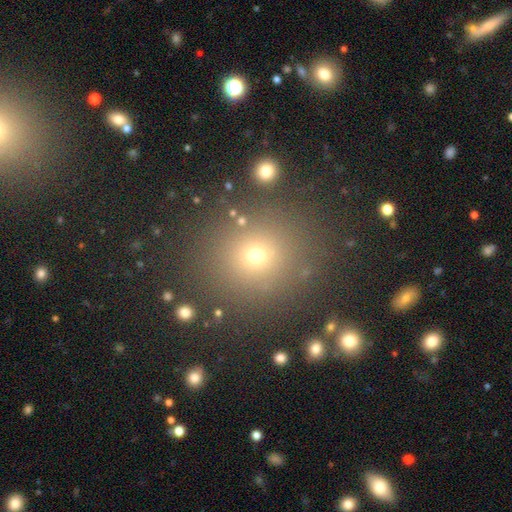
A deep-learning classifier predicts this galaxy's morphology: Smooth or featured?
  - smooth: 65% *
  - star or artifact: 27%
  - featured or disk: 8%
How rounded?
  - round: 85% *
  - in between: 14%
  - cigar-shaped: 1%
Merging?
  - none: 86% *
  - minor disturbance: 7%
  - major disturbance: 4%
  - merger: 3%